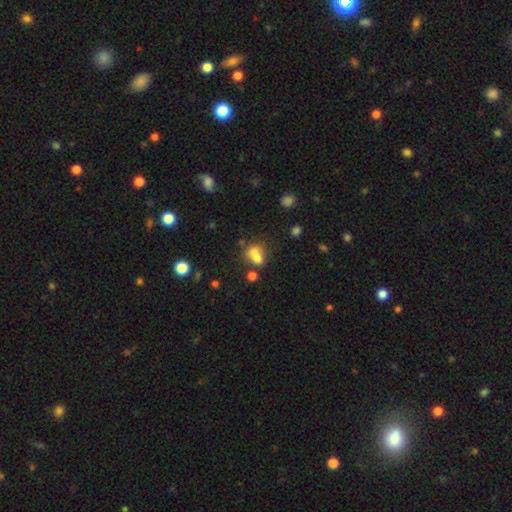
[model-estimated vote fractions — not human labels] smooth 67%, featured or disk 19%, star or artifact 14%. Down the decision tree: how rounded — in between (52%); merging — merger (57%).